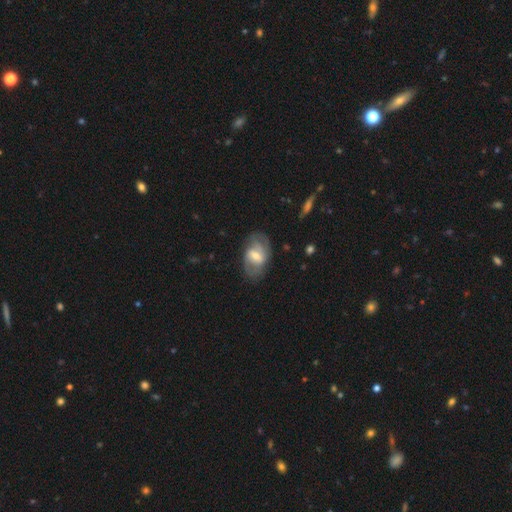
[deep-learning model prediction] Smooth or featured: featured or disk — 66% (smooth — 27%)
Edge-on disk: no — 95% (yes — 5%)
Bar: weak — 51% (strong — 34%)
Spiral arms: yes — 78% (no — 22%)
Bulge size: moderate — 53% (small — 36%)
Merging: none — 71% (minor disturbance — 18%)